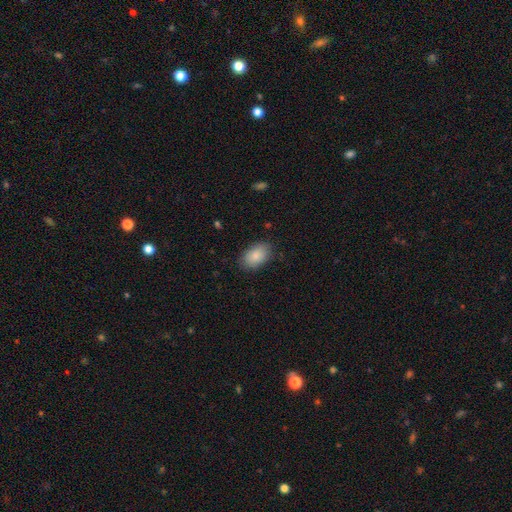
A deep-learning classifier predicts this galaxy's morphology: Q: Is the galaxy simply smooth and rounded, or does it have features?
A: smooth — 86%.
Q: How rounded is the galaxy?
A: in between — 90%.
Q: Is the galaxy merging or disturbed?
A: none — 83%.